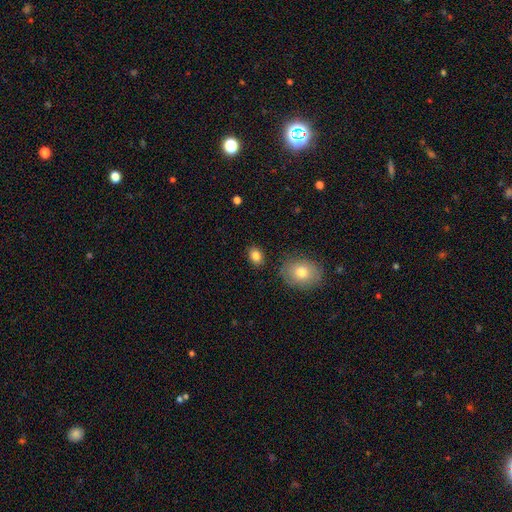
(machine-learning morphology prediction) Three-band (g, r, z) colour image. It shows a smooth galaxy with no disk features (84%) that is in between round and cigar-shaped (68%). Merging: none (85%).